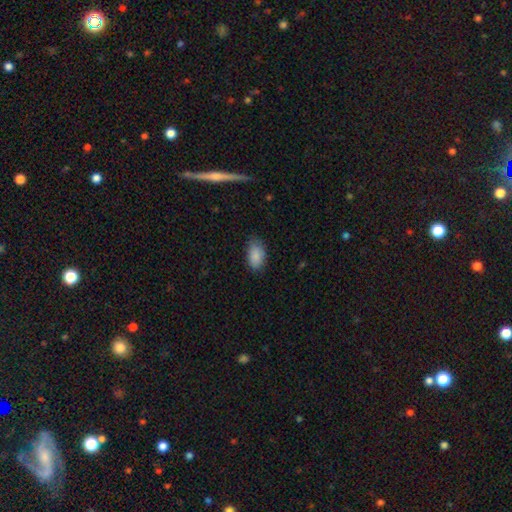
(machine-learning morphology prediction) This is clearly a smooth galaxy (88%). How rounded: clearly in between (93%). Merging: likely none (79%).